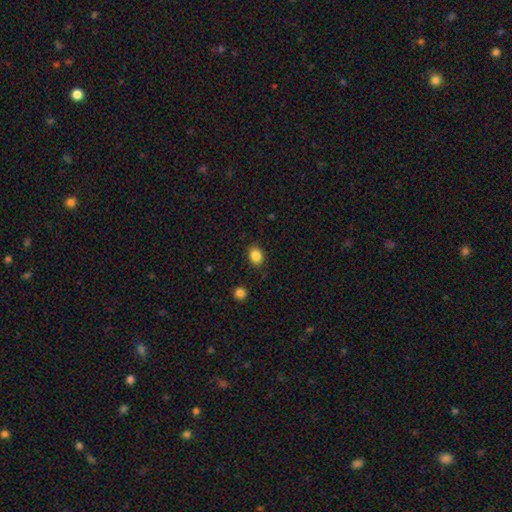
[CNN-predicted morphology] Smooth or featured? smooth (85%)
How rounded? in between (55%)
Merging? none (84%)